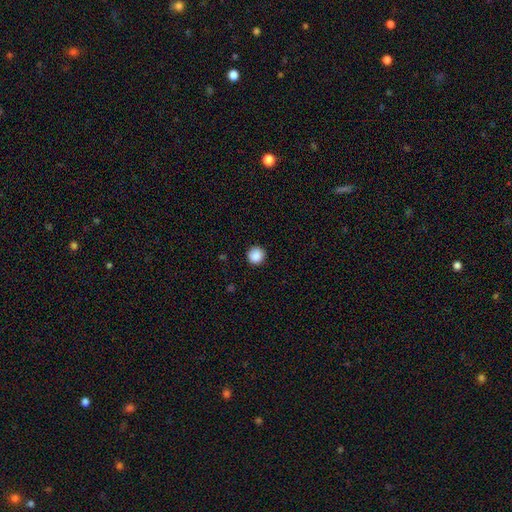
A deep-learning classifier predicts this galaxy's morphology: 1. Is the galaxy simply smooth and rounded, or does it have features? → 89% smooth, 9% star or artifact, 2% featured or disk.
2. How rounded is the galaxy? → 95% round, 4% in between, 1% cigar-shaped.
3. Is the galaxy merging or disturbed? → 92% none, 5% minor disturbance, 2% major disturbance, 1% merger.